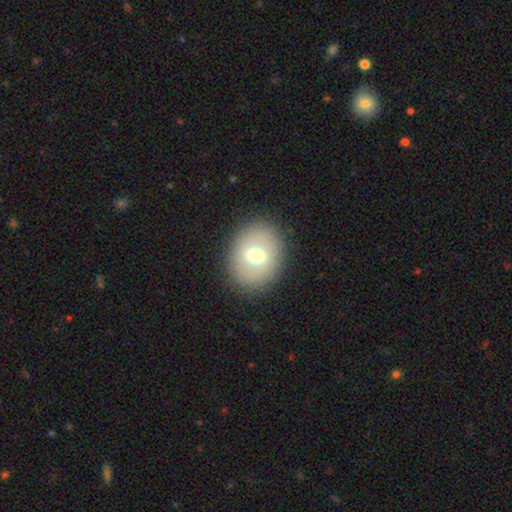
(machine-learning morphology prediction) Overall: smooth (62%; featured or disk 28%). How rounded: round (55%; in between 44%). Merging: none (87%).